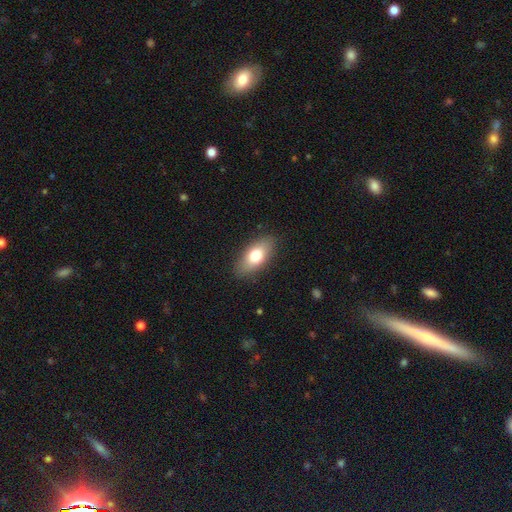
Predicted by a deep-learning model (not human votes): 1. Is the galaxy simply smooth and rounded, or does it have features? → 75% smooth, 18% featured or disk, 7% star or artifact.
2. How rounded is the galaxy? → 86% in between, 9% cigar-shaped, 4% round.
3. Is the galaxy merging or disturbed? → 86% none, 11% minor disturbance, 3% major disturbance, 1% merger.